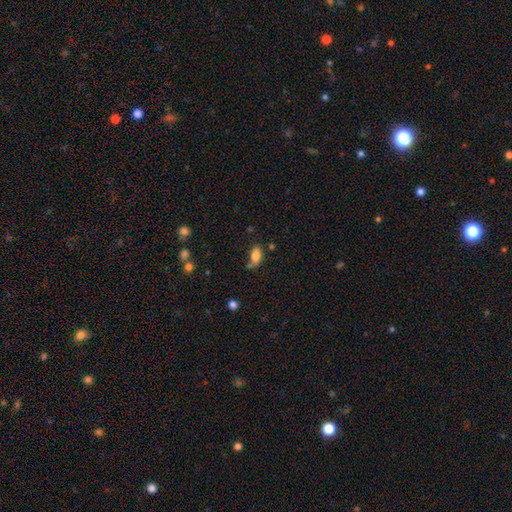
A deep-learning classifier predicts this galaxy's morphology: Overall: smooth (81%). How rounded: in between (89%). Merging: none (60%; minor disturbance 24%).